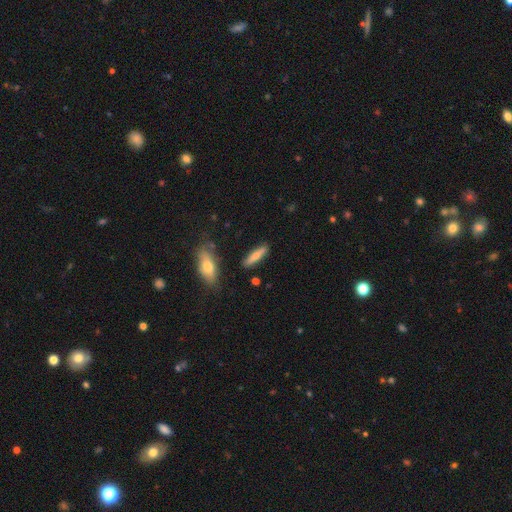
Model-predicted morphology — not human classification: This is likely a smooth galaxy (70%). How rounded: likely cigar-shaped (78%). Merging: clearly none (84%).